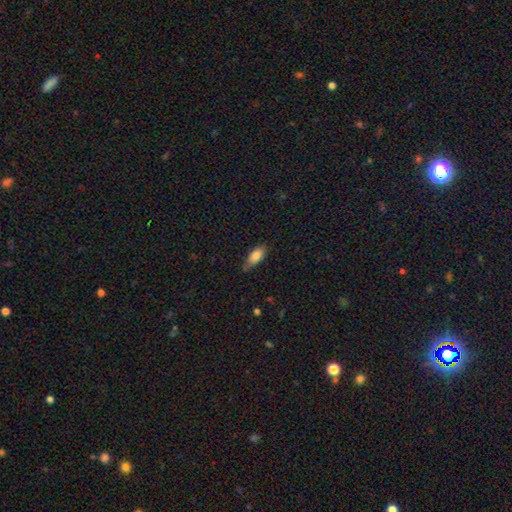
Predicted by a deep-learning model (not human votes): Q: Smooth or featured?
A: smooth (83%); runner-up: featured or disk (10%)
Q: How rounded?
A: in between (81%); runner-up: cigar-shaped (17%)
Q: Merging?
A: none (68%); runner-up: minor disturbance (25%)